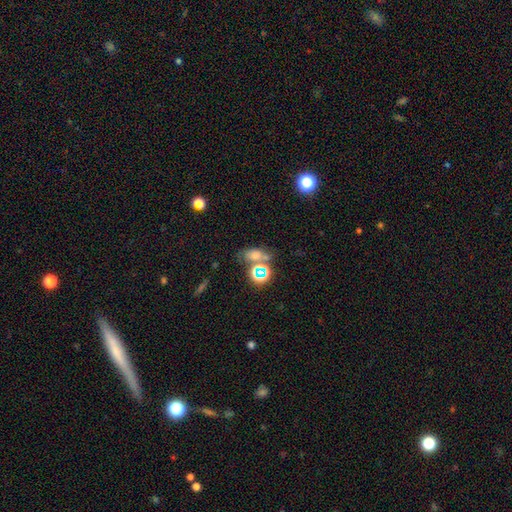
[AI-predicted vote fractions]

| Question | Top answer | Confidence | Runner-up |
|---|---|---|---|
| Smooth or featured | smooth | 57% | star or artifact (30%) |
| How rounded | in between | 69% | round (26%) |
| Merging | none | 47% | merger (28%) |